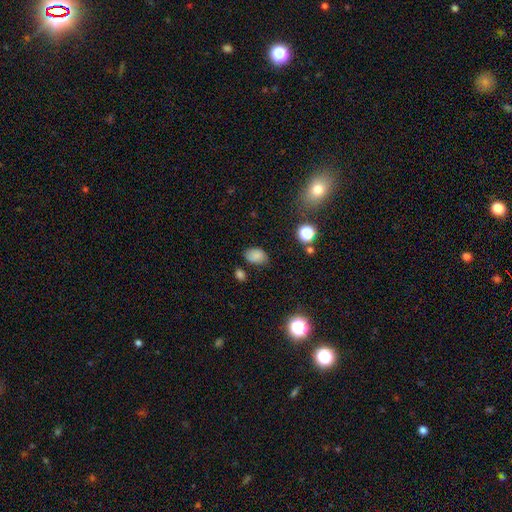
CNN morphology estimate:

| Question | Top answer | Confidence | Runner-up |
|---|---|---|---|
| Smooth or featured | smooth | 81% | star or artifact (12%) |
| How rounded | in between | 82% | round (17%) |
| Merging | none | 69% | minor disturbance (22%) |